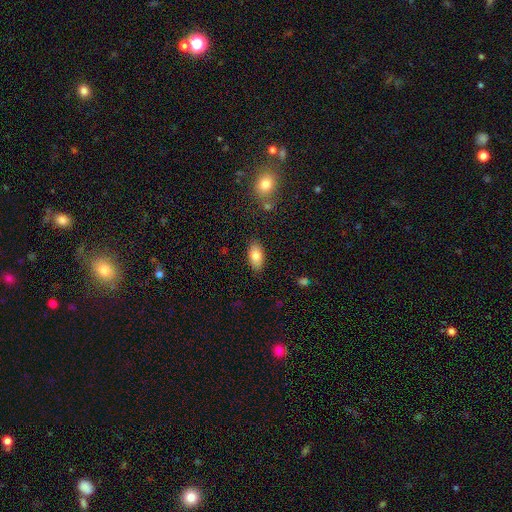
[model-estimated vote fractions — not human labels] Morphology: type=smooth (82%); roundness=in between (91%); merging=none (85%).